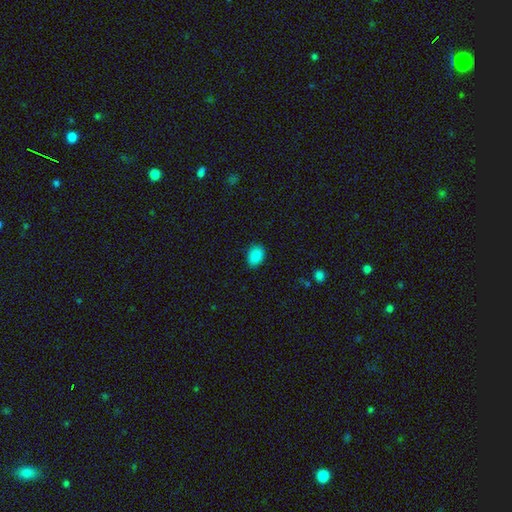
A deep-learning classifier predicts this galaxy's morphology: Smooth or featured? smooth (88%)
How rounded? in between (74%)
Merging? none (86%)